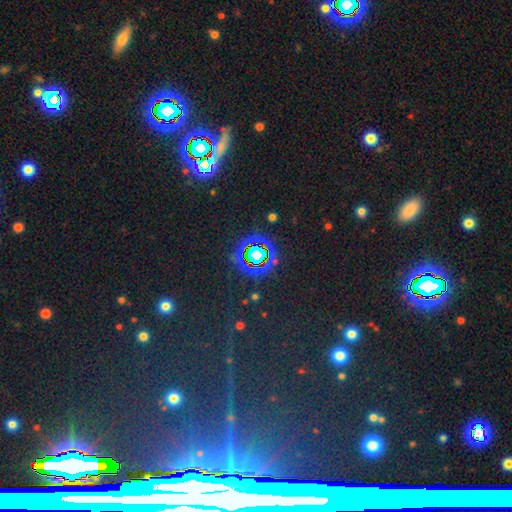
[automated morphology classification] This is likely a star or artifact rather than a galaxy (77%).